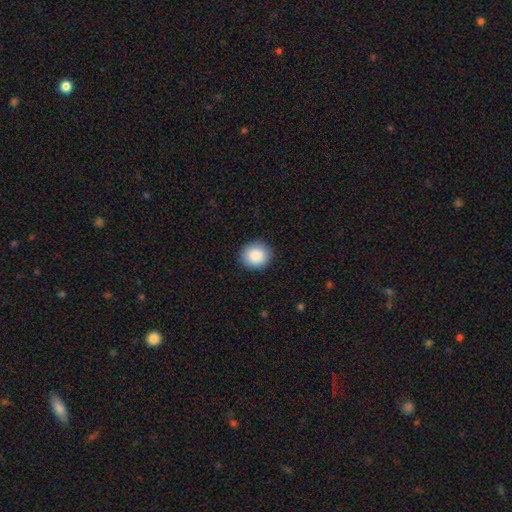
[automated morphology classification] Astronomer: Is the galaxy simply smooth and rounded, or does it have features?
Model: smooth — 89%.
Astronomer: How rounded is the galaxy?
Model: round — 85%.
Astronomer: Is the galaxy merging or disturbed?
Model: none — 90%.